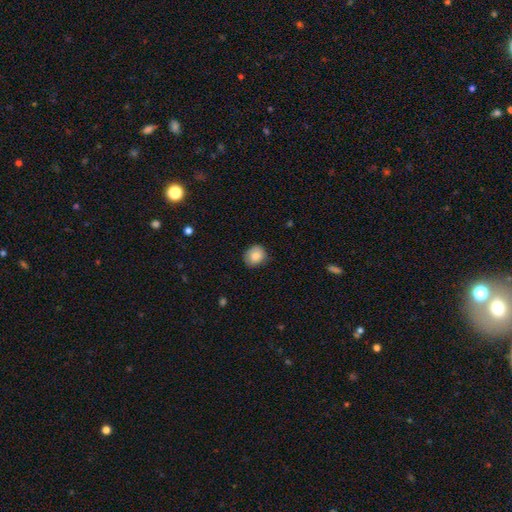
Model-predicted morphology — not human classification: Smooth or featured? smooth (85%)
How rounded? round (67%)
Merging? none (78%)